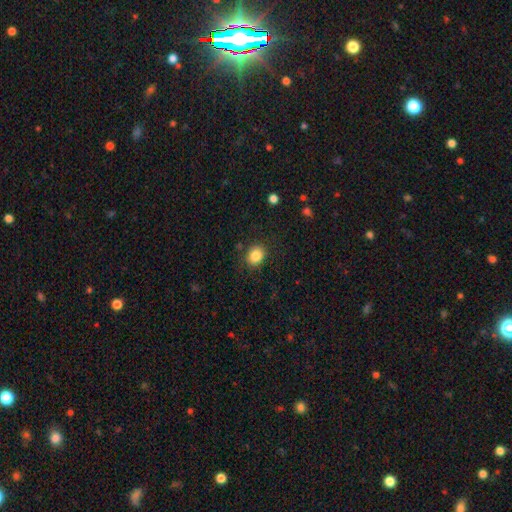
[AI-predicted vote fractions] The model was most divided on "how rounded": round: 61%, in between: 38%, cigar-shaped: 1%. More confident: merging — none (85%); smooth or featured — smooth (85%).